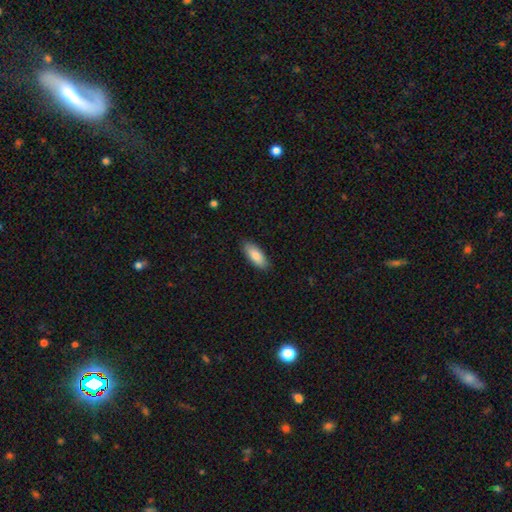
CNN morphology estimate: Overall: smooth (85%). How rounded: in between (75%). Merging: none (87%).